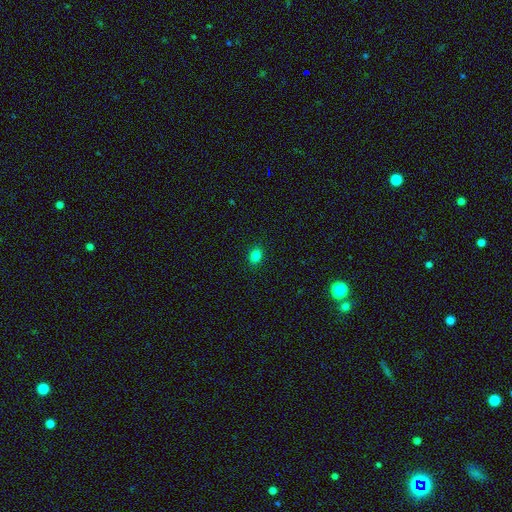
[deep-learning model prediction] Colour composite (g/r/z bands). It shows a smooth galaxy with no disk features (83%) that is in between round and cigar-shaped (52%). Merging: none (90%).